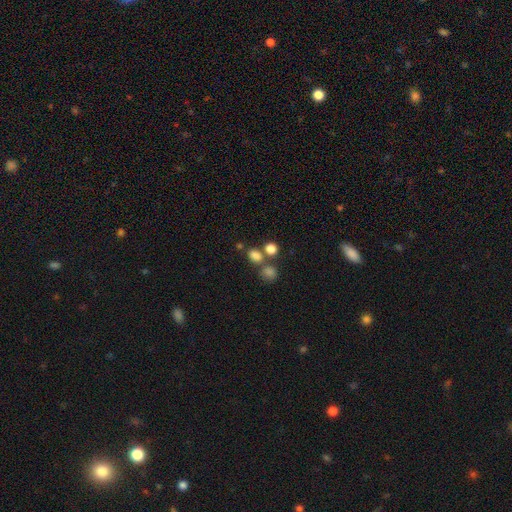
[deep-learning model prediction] Q: Smooth or featured?
A: smooth (78%); runner-up: star or artifact (15%)
Q: How rounded?
A: in between (50%); runner-up: round (48%)
Q: Merging?
A: none (54%); runner-up: merger (31%)